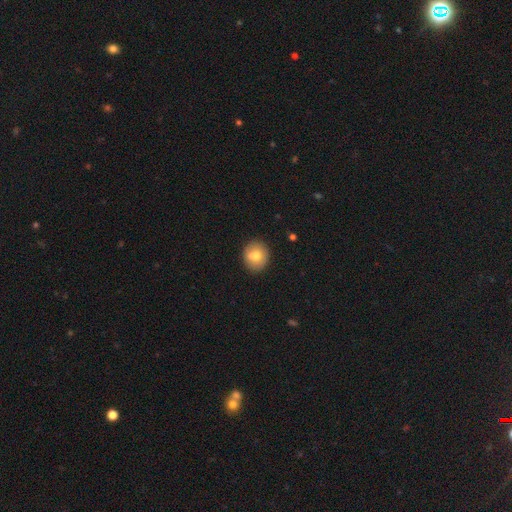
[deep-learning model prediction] smooth_or_featured: smooth (p=0.75) [alt: featured or disk p=0.17]
how_rounded: round (p=0.78) [alt: in between p=0.21]
merging: none (p=0.87) [alt: minor disturbance p=0.10]